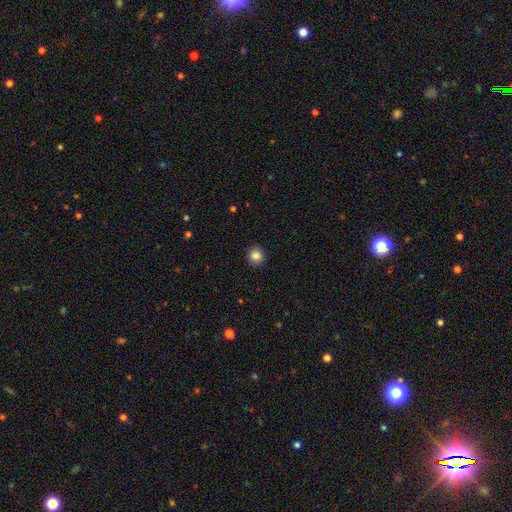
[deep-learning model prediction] This is clearly a smooth galaxy (86%). How rounded: clearly round (89%). Merging: clearly none (92%).